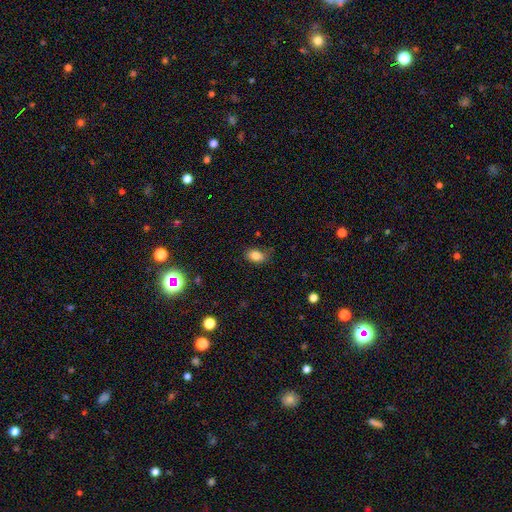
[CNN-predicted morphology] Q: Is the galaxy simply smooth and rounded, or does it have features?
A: smooth — 84%.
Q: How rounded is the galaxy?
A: in between — 85%.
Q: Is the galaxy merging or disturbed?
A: none — 77%.